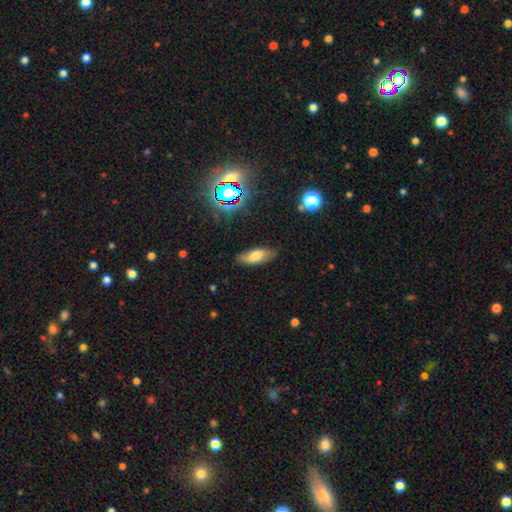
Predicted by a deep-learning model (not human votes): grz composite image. It shows a smooth galaxy with no disk features (66%) that is in between round and cigar-shaped (75%). Merging: none (80%).